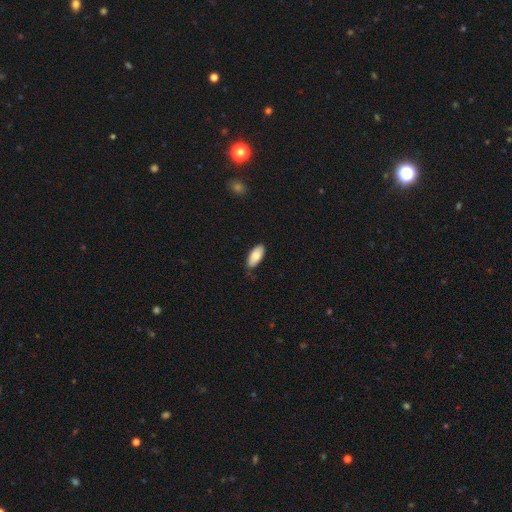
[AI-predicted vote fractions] smooth 82%, featured or disk 12%, star or artifact 6%. Down the decision tree: how rounded — in between (90%); merging — none (77%).